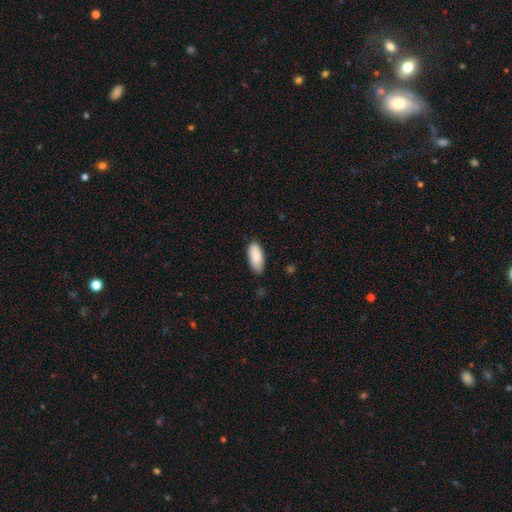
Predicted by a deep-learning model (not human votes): Q: Smooth or featured?
A: smooth (89%); runner-up: star or artifact (6%)
Q: How rounded?
A: in between (85%); runner-up: cigar-shaped (13%)
Q: Merging?
A: none (81%); runner-up: minor disturbance (15%)